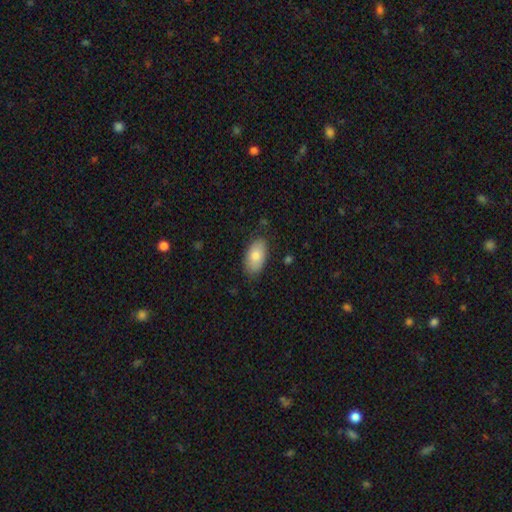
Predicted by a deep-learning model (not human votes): smooth-or-featured: smooth: 80% | featured or disk: 13% | star or artifact: 7%
  how-rounded: in between: 94% | round: 4% | cigar-shaped: 2%
  merging: none: 80% | minor disturbance: 16% | major disturbance: 3% | merger: 1%